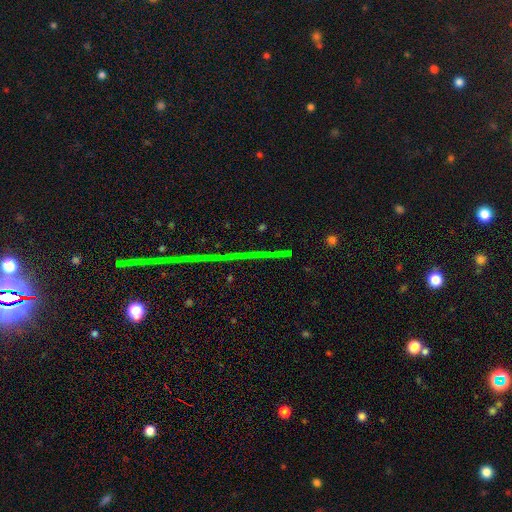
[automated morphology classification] A star or artifact, not a galaxy (80%).